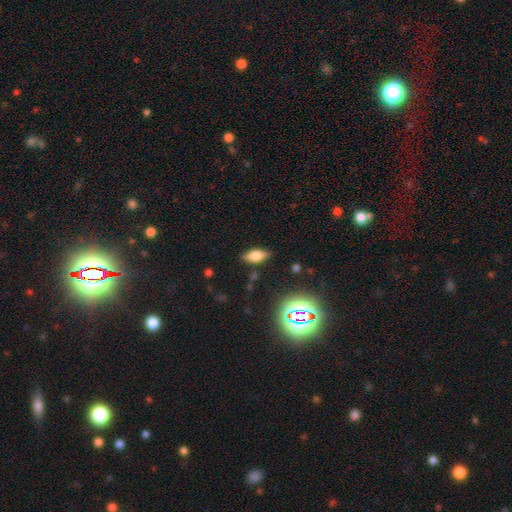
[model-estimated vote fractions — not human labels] Morphology: type=smooth (69%); roundness=in between (82%); merging=none (83%).